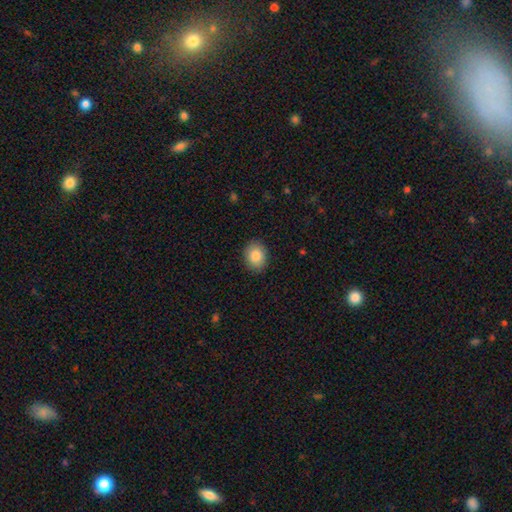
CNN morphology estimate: Smooth or featured: smooth — 85% (star or artifact — 8%)
How rounded: round — 50% (tied with in between — 50%)
Merging: none — 90% (minor disturbance — 7%)